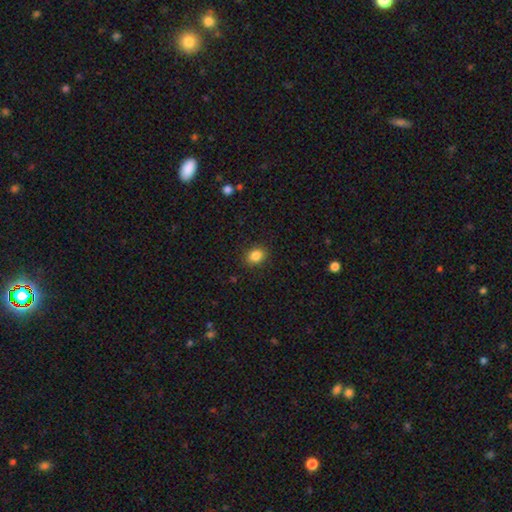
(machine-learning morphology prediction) type=smooth (85%); roundness=in between (50%); merging=none (88%).